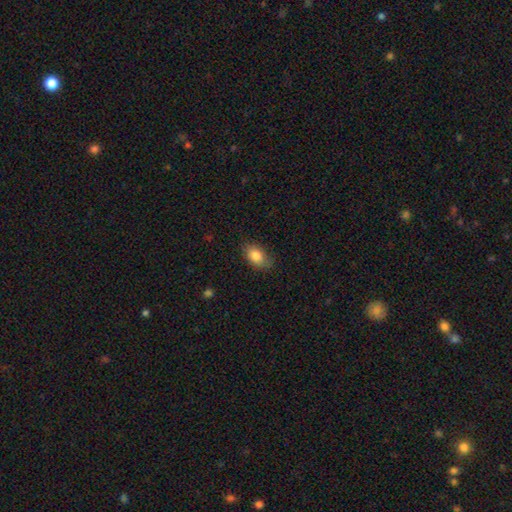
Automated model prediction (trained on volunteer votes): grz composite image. It shows a smooth galaxy with no disk features (84%) that is in between round and cigar-shaped (88%). Merging: none (77%).